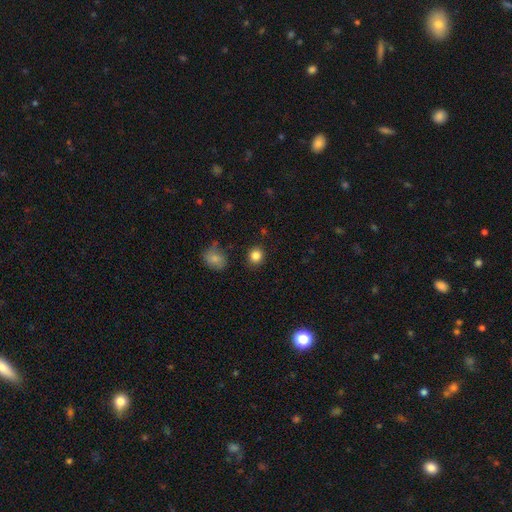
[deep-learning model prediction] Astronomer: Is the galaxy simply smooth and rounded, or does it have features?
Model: smooth — 85%.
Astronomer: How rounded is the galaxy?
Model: round — 82%.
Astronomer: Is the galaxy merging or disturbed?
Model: none — 87%.